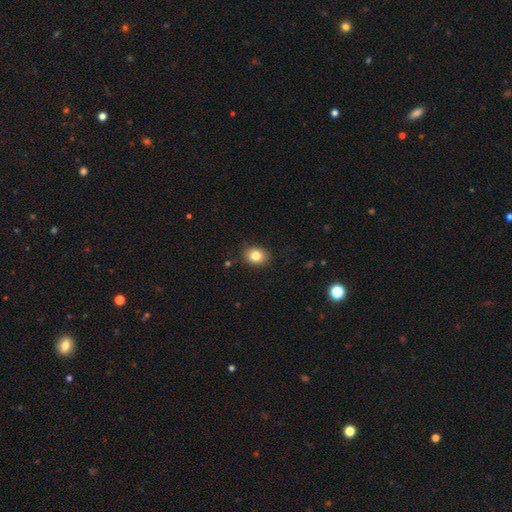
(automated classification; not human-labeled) smooth_or_featured: smooth (p=0.82) [alt: star or artifact p=0.10]
how_rounded: in between (p=0.50) [alt: round p=0.49]
merging: none (p=0.86) [alt: minor disturbance p=0.10]